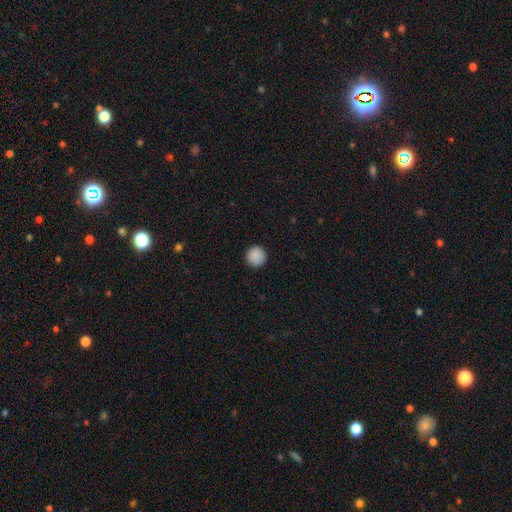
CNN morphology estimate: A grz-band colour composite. It shows a smooth galaxy with no disk features (90%) that is round (96%). Merging: none (93%).